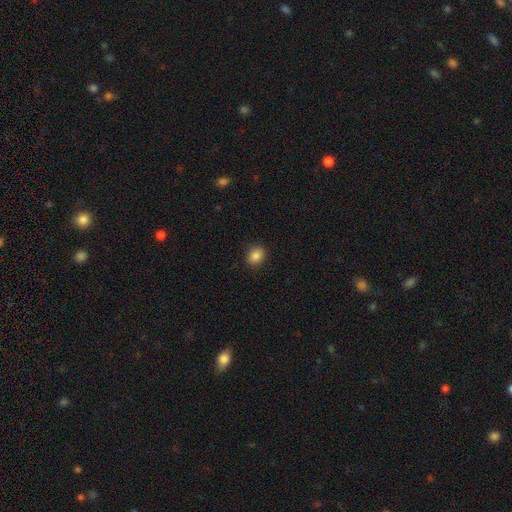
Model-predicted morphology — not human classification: Smooth or featured? Predicted: smooth (p=0.86). How rounded? Predicted: round (p=0.59). Merging? Predicted: none (p=0.90).